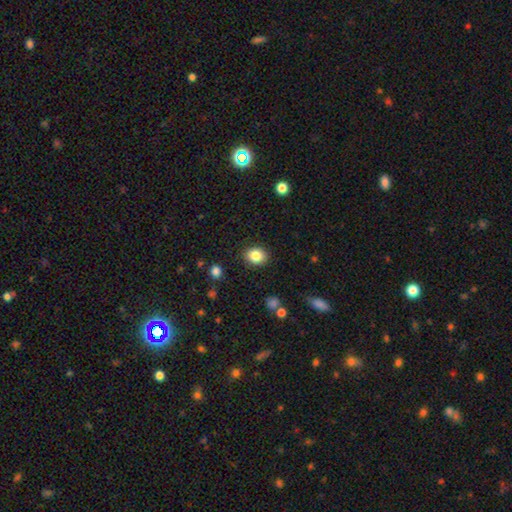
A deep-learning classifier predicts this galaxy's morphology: A smooth galaxy with no disk features (84%) that is round (59%). Merging: none (89%).